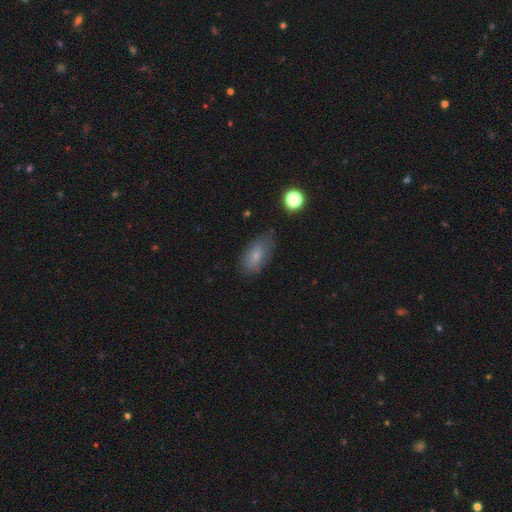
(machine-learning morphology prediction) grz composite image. It shows a smooth galaxy with no disk features (75%) that is in between round and cigar-shaped (90%). Merging: none (70%).